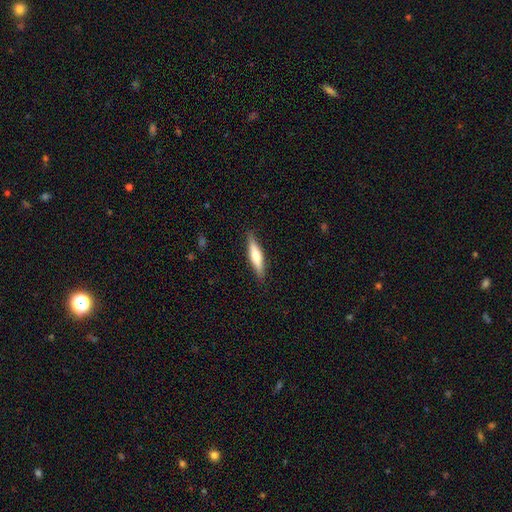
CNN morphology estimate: This appears to be a smooth galaxy with no disk features (56%) that is cigar-shaped (81%). Merging: none (88%).